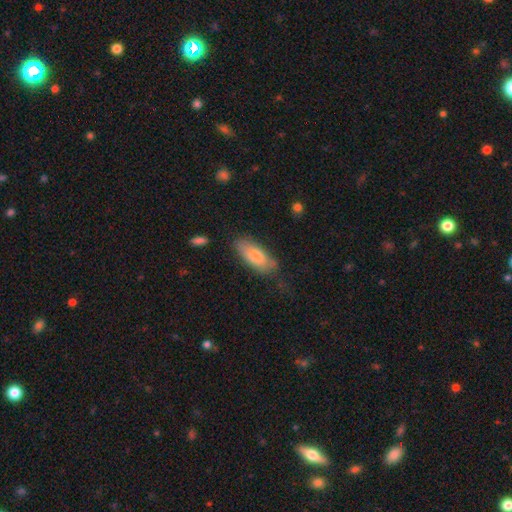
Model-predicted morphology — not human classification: The model was most divided on "merging": none: 63%, minor disturbance: 27%, major disturbance: 7%, merger: 2%. More confident: how rounded — in between (77%); smooth or featured — smooth (75%).